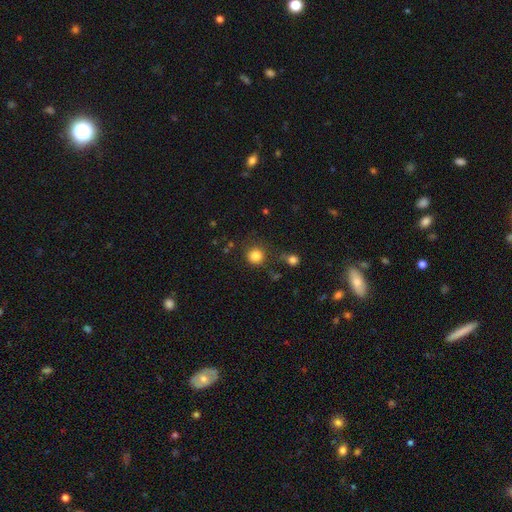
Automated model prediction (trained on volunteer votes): This appears to be a smooth galaxy with no disk features (84%) that is round (92%). Merging: none (76%).